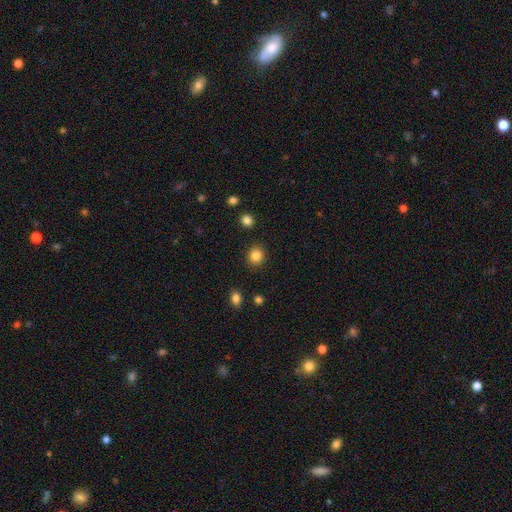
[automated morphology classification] A smooth galaxy with no disk features (86%) that is round (82%). Merging: none (89%).